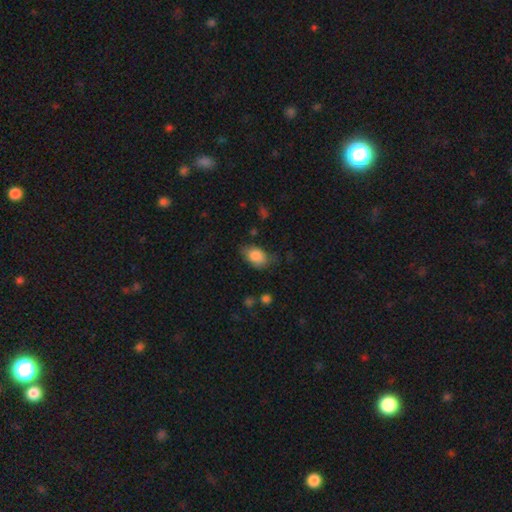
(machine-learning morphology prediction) A smooth galaxy with no disk features (84%) that is in between round and cigar-shaped (86%). Merging: none (61%).